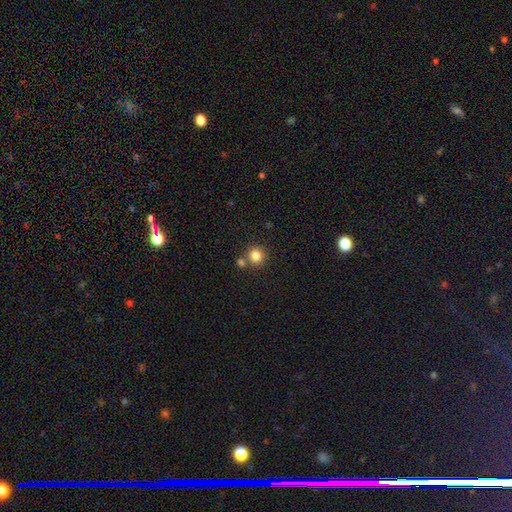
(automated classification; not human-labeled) A smooth galaxy with no disk features (82%) that is round (92%). Merging: none (72%).